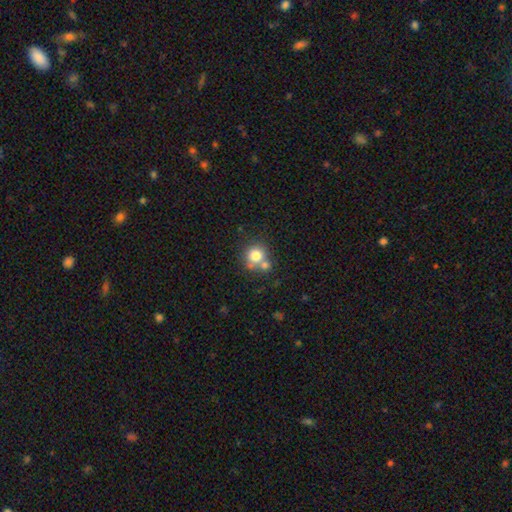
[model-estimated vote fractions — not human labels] Overall: smooth (76%). How rounded: round (88%). Merging: none (54%; merger 33%).